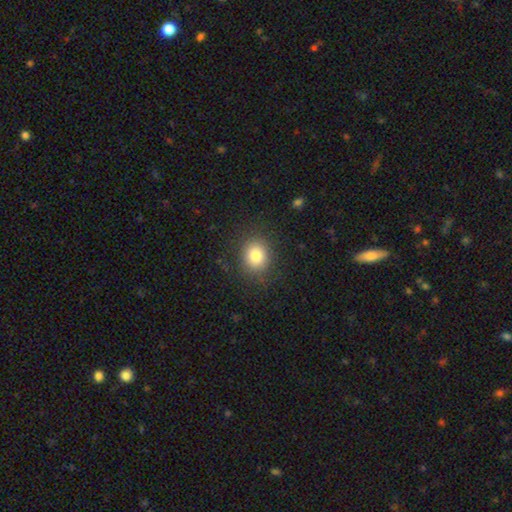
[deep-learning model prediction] This is clearly a smooth galaxy (81%). How rounded: likely round (68%). Merging: clearly none (85%).